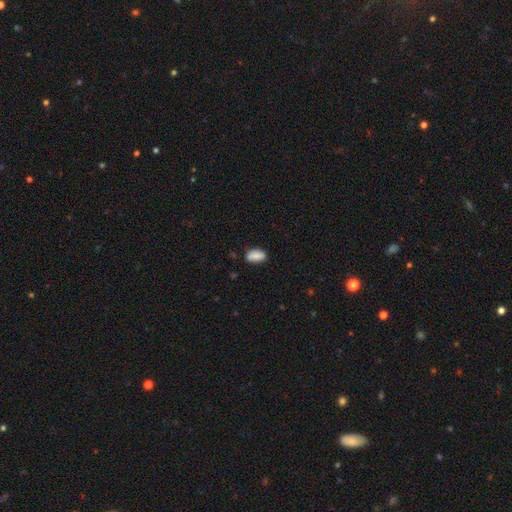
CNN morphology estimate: This is clearly a smooth galaxy (83%). How rounded: clearly in between (92%). Merging: likely none (76%).